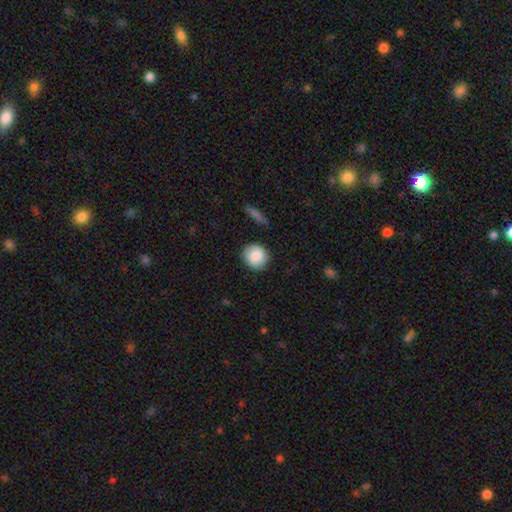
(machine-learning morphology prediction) Smooth or featured? Predicted: smooth (p=0.86). How rounded? Predicted: round (p=0.86). Merging? Predicted: none (p=0.84).